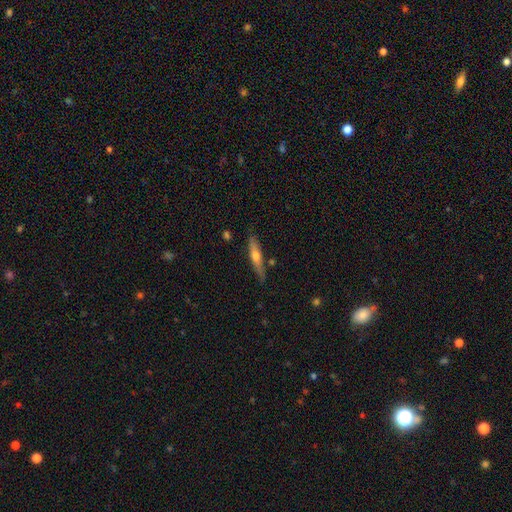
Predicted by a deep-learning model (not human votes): A featured or disk galaxy (48%). Merging: none (78%).